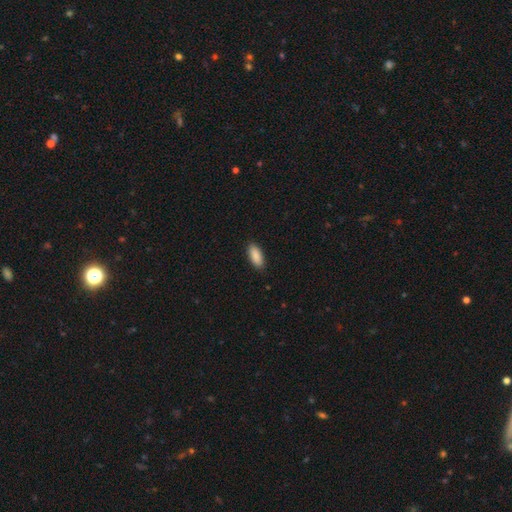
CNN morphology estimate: Smooth or featured: smooth — 90% (star or artifact — 6%)
How rounded: in between — 84% (cigar-shaped — 14%)
Merging: none — 88% (minor disturbance — 9%)